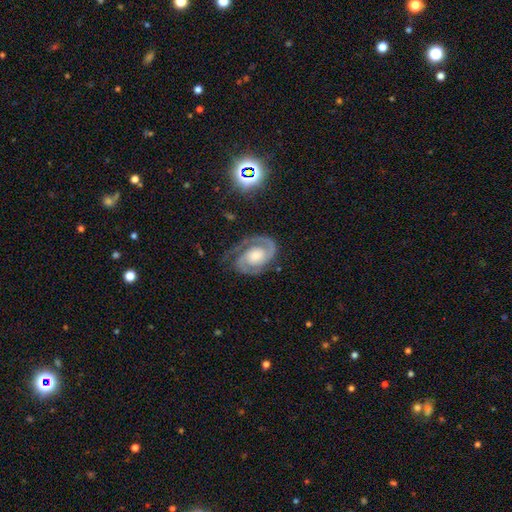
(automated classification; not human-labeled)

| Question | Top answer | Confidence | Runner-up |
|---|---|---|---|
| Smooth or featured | featured or disk | 91% | smooth (5%) |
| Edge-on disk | no | 98% | yes (2%) |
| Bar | no | 67% | weak (26%) |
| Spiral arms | yes | 98% | no (2%) |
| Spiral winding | tight | 53% | medium (40%) |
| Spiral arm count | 2 | 89% | 1 (5%) |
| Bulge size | moderate | 42% | large (29%) |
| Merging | none | 71% | minor disturbance (18%) |